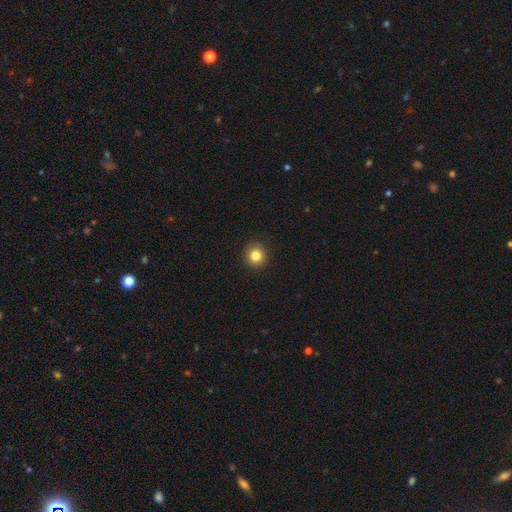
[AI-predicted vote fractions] smooth-or-featured: smooth: 83% | star or artifact: 11% | featured or disk: 6%
  how-rounded: round: 92% | in between: 7% | cigar-shaped: 1%
  merging: none: 92% | minor disturbance: 5% | major disturbance: 2% | merger: 1%